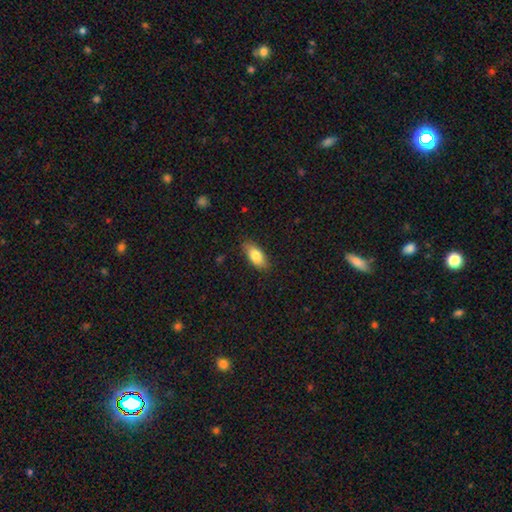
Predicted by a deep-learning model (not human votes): This appears to be a smooth galaxy with no disk features (80%) that is in between round and cigar-shaped (85%). Merging: none (81%).